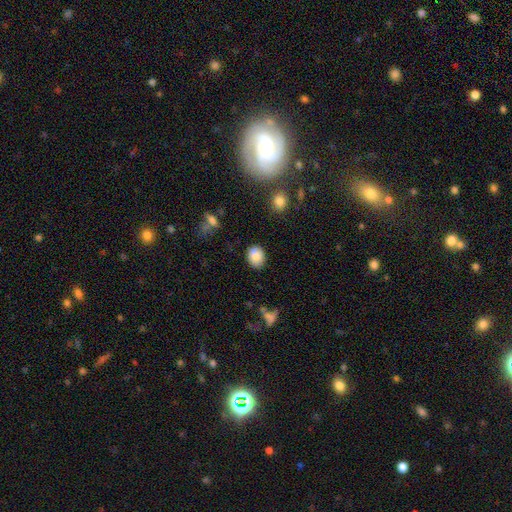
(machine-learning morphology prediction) Smooth or featured? smooth (86%)
How rounded? in between (53%)
Merging? none (84%)